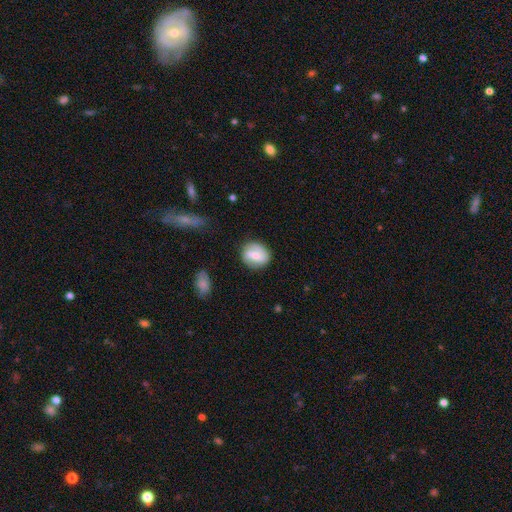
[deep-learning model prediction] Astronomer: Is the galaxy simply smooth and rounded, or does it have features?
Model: featured or disk — 54% (runner-up: smooth, 39%).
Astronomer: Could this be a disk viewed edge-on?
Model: no — 96%.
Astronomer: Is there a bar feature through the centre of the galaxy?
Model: weak — 44% (runner-up: no, 29%).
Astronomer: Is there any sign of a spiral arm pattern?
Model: yes — 84%.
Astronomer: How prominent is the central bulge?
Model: small — 46% (runner-up: moderate, 43%).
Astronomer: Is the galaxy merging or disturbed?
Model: none — 77%.